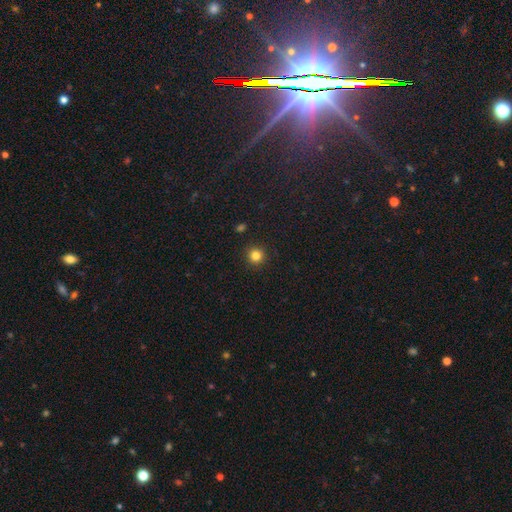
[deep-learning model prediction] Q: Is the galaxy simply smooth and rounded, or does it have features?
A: smooth — 82%.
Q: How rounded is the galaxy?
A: round — 95%.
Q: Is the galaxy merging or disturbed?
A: none — 92%.